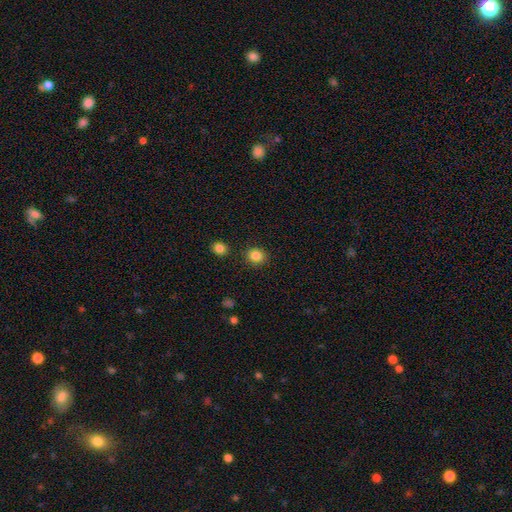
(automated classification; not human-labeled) This is clearly a smooth galaxy (85%). How rounded: likely round (76%). Merging: clearly none (87%).